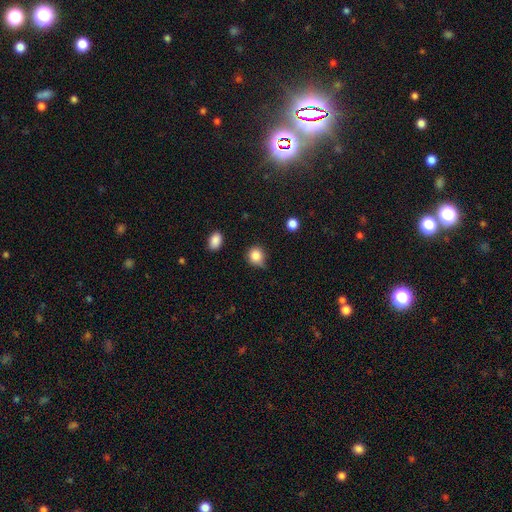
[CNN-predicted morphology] This appears to be a smooth galaxy with no disk features (84%) that is round (85%). Merging: none (59%).